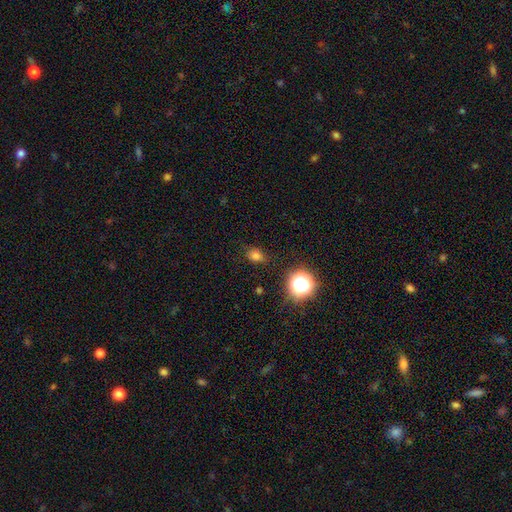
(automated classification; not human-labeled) Smooth or featured? Predicted: smooth (p=0.73). How rounded? Predicted: in between (p=0.53). Merging? Predicted: none (p=0.78).